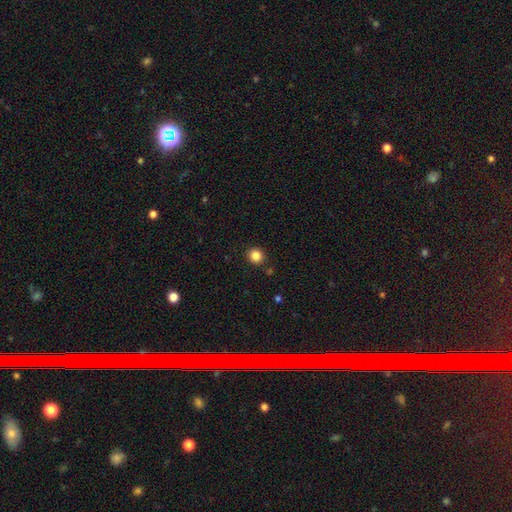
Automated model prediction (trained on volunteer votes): smooth_or_featured: smooth (p=0.85) [alt: star or artifact p=0.11]
how_rounded: round (p=0.86) [alt: in between p=0.13]
merging: none (p=0.90) [alt: minor disturbance p=0.06]